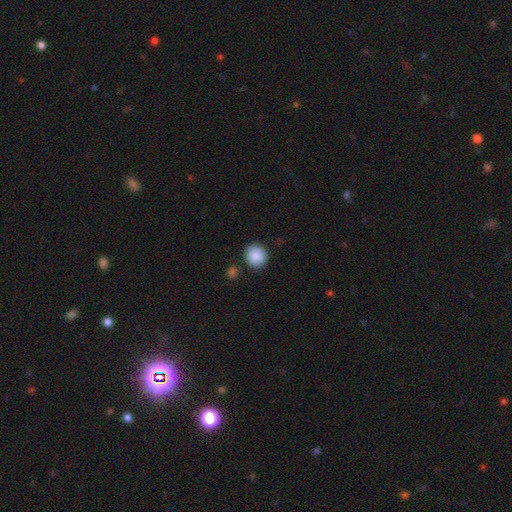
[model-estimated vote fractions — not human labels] The model was most divided on "how rounded": round: 85%, in between: 14%, cigar-shaped: 1%. More confident: smooth or featured — smooth (89%); merging — none (86%).